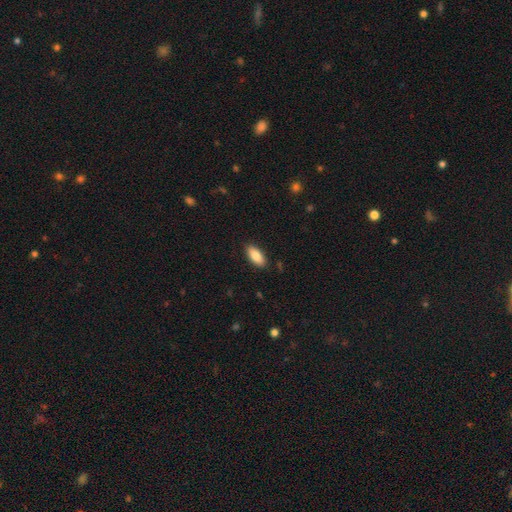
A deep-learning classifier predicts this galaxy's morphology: Q: Smooth or featured?
A: smooth (86%); runner-up: featured or disk (8%)
Q: How rounded?
A: in between (86%); runner-up: cigar-shaped (12%)
Q: Merging?
A: none (88%); runner-up: minor disturbance (9%)